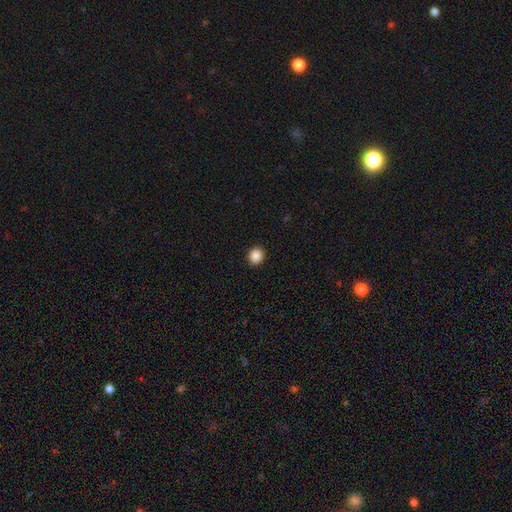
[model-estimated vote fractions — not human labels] A smooth galaxy with no disk features (88%) that is round (76%).

Vote fractions:
- Smooth or featured? smooth: 88% / star or artifact: 9% / featured or disk: 2%
- How rounded? round: 76% / in between: 23% / cigar-shaped: 1%
- Merging? none: 92% / minor disturbance: 5% / major disturbance: 2% / merger: 1%